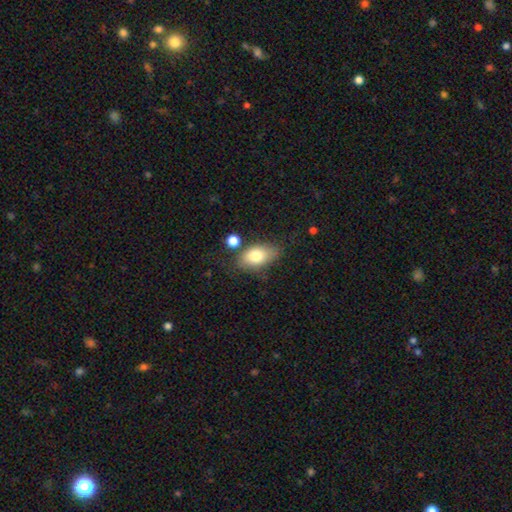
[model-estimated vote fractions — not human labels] smooth_or_featured: smooth (p=0.78) [alt: featured or disk p=0.14]
how_rounded: in between (p=0.88) [alt: round p=0.10]
merging: none (p=0.67) [alt: minor disturbance p=0.19]